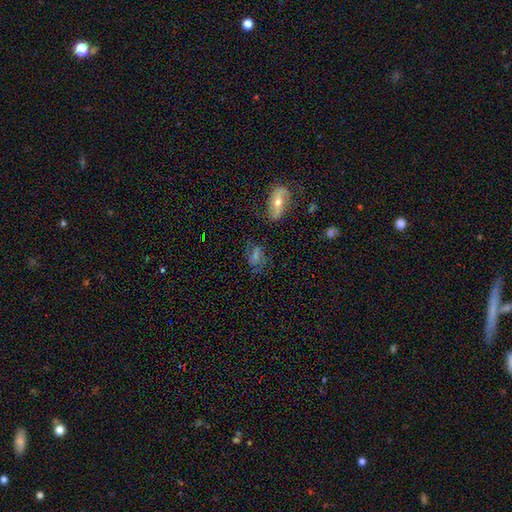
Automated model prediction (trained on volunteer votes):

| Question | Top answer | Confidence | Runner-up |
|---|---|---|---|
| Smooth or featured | smooth | 51% | featured or disk (28%) |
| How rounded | in between | 76% | round (19%) |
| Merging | none | 59% | minor disturbance (22%) |